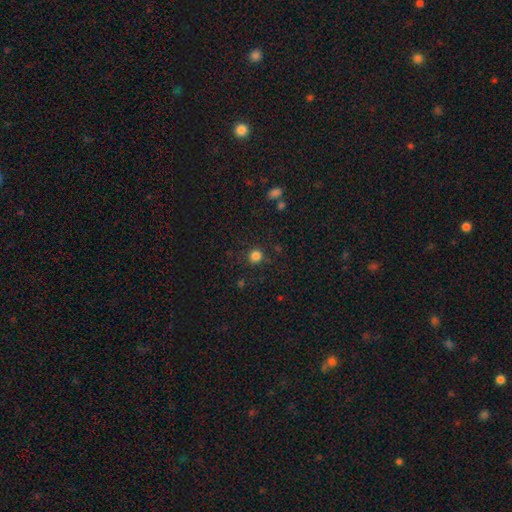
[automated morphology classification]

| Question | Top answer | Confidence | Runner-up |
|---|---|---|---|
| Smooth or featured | smooth | 82% | star or artifact (13%) |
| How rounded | round | 90% | in between (10%) |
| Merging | none | 85% | minor disturbance (9%) |